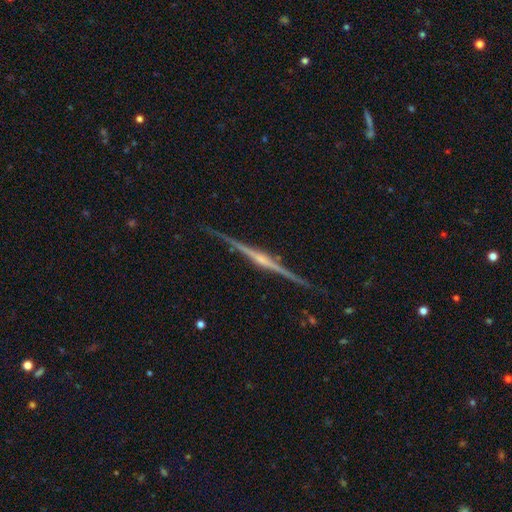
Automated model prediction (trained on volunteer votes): smooth-or-featured: featured or disk: 88% | smooth: 7% | star or artifact: 6%
  disk-edge-on: yes: 98% | no: 2%
    edge-on-bulge: rounded: 71% | none: 16% | boxy: 13%
  merging: none: 89% | minor disturbance: 8% | major disturbance: 2% | merger: 1%